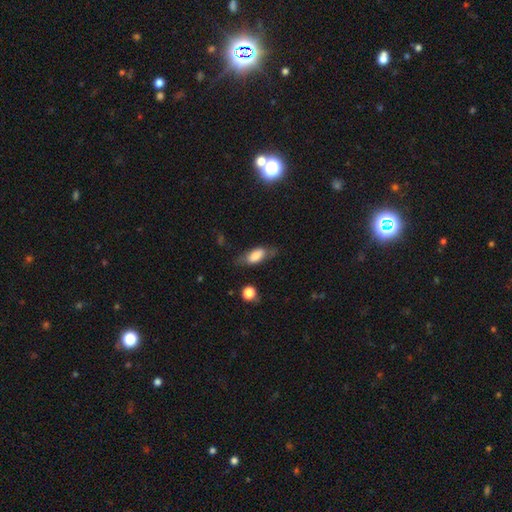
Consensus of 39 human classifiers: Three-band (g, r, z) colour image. It shows a smooth galaxy with no disk features (72%) that is in between round and cigar-shaped (75%). Merging: none (56%).